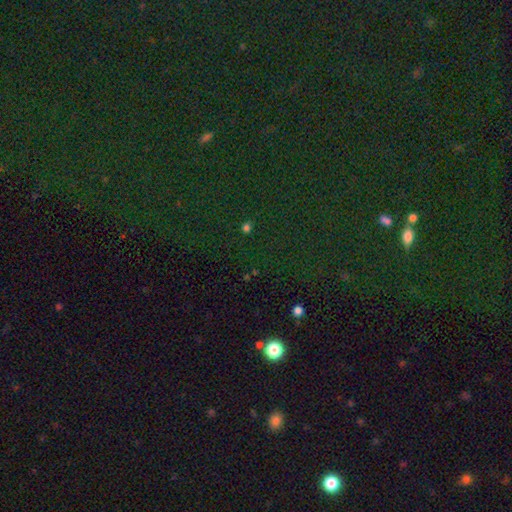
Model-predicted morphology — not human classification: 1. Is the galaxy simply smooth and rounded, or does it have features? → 79% star or artifact, 13% smooth, 8% featured or disk.